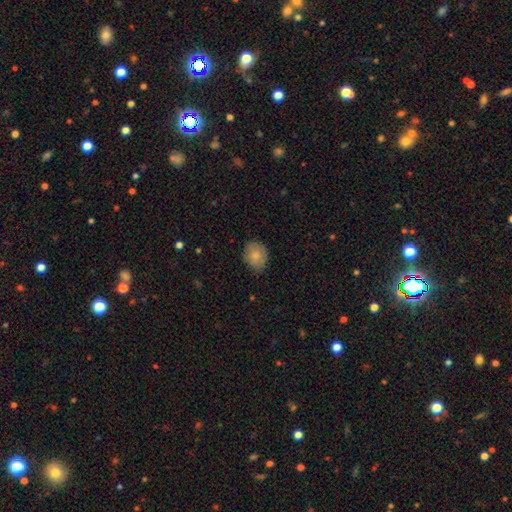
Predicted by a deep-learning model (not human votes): The model was most divided on "how rounded": round: 51%, in between: 48%, cigar-shaped: 1%. More confident: smooth or featured — smooth (84%); merging — none (77%).